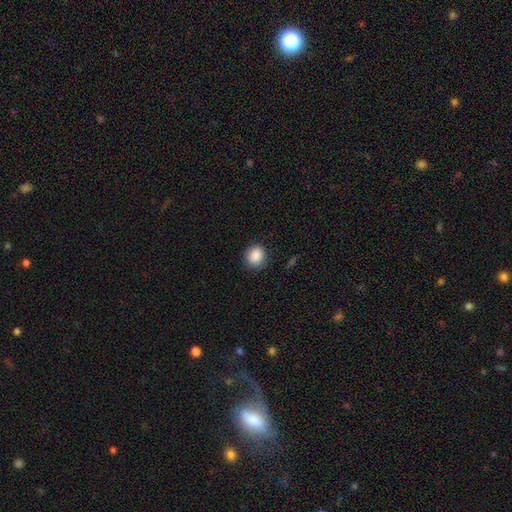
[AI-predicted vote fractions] smooth 88%, star or artifact 8%, featured or disk 3%. Down the decision tree: how rounded — round (81%); merging — none (86%).